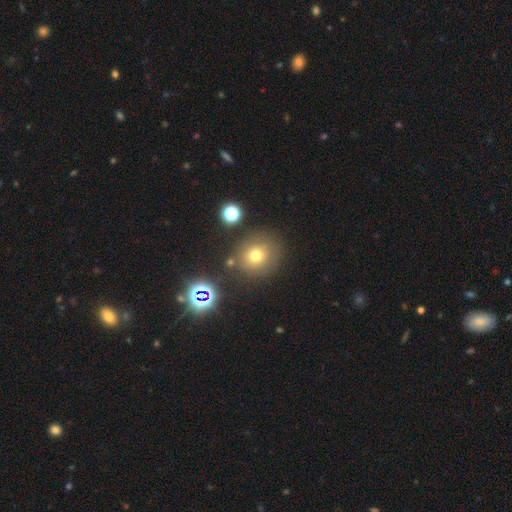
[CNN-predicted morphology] The model was most divided on "smooth or featured": smooth: 70%, star or artifact: 19%, featured or disk: 11%. More confident: how rounded — round (87%); merging — none (79%).